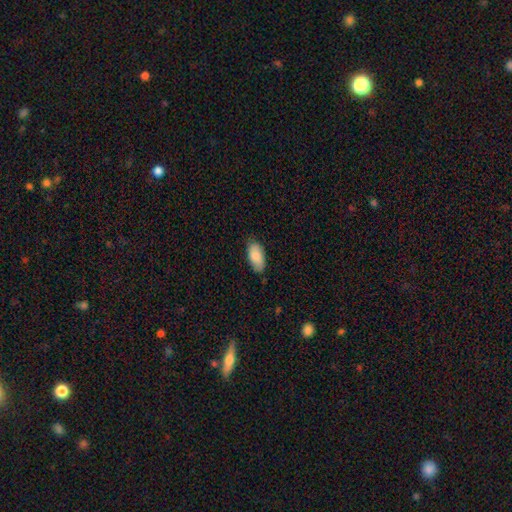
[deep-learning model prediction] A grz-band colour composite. It shows a smooth galaxy with no disk features (86%) that is in between round and cigar-shaped (92%). Merging: none (78%).